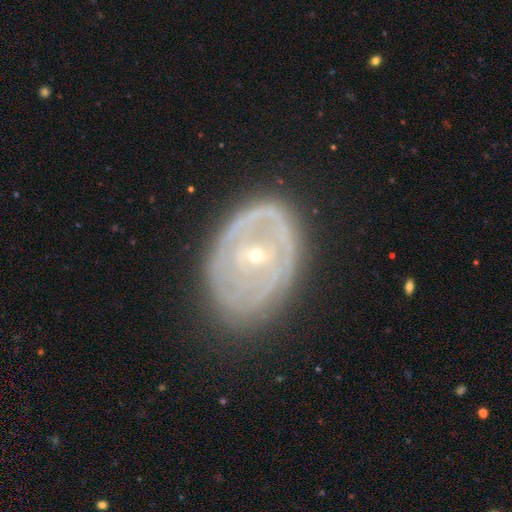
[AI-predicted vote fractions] This is likely a featured or disk galaxy (78%). It is clearly not viewed edge-on (95%). Bar: likely no (70%). Spiral arm pattern: possibly yes (58%). Central bulge: likely small (75%). Merging: likely none (70%).